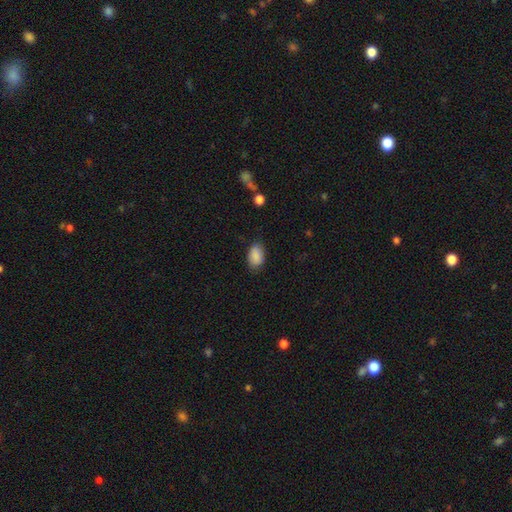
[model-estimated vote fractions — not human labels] Smooth or featured: smooth — 85% (star or artifact — 8%)
How rounded: in between — 89% (round — 10%)
Merging: none — 74% (minor disturbance — 21%)